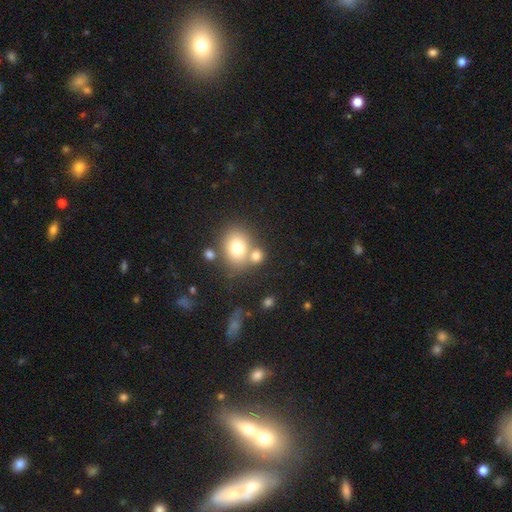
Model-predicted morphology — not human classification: This appears to be a smooth galaxy with no disk features (74%) that is round (61%). Merging: none (52%).